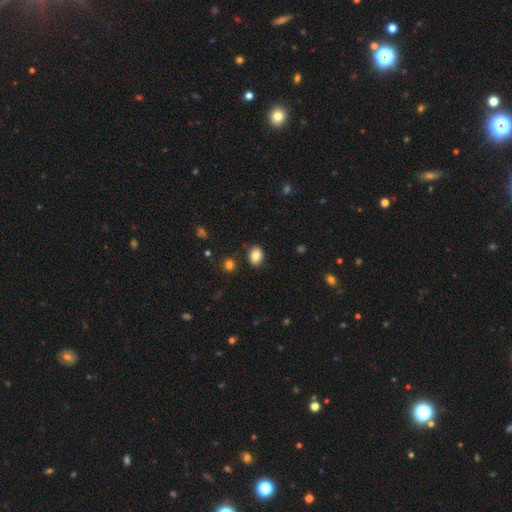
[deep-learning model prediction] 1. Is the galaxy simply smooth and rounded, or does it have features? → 83% smooth, 9% star or artifact, 8% featured or disk.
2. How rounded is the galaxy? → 64% in between, 35% round, 1% cigar-shaped.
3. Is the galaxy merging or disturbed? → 86% none, 10% minor disturbance, 2% merger, 2% major disturbance.